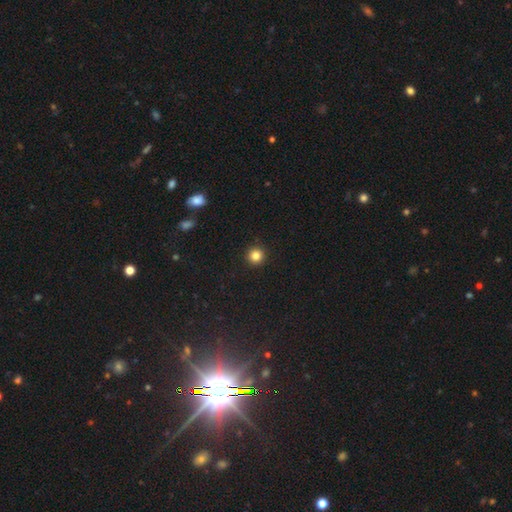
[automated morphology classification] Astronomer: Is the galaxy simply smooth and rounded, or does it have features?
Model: smooth — 83%.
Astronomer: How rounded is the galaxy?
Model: round — 96%.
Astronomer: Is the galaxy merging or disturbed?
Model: none — 93%.